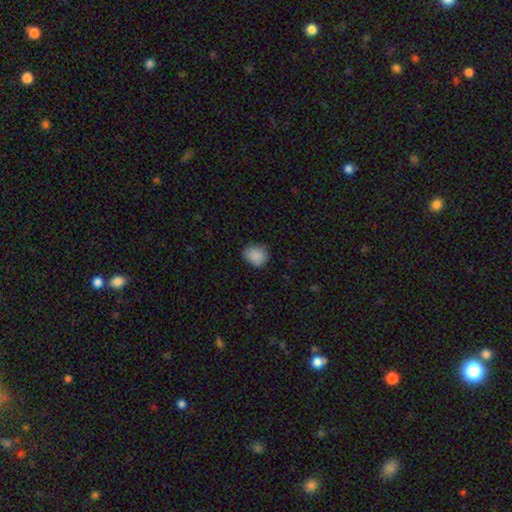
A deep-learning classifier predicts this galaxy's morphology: Smooth or featured: smooth — 87% (star or artifact — 8%)
How rounded: round — 65% (in between — 34%)
Merging: none — 77% (minor disturbance — 19%)